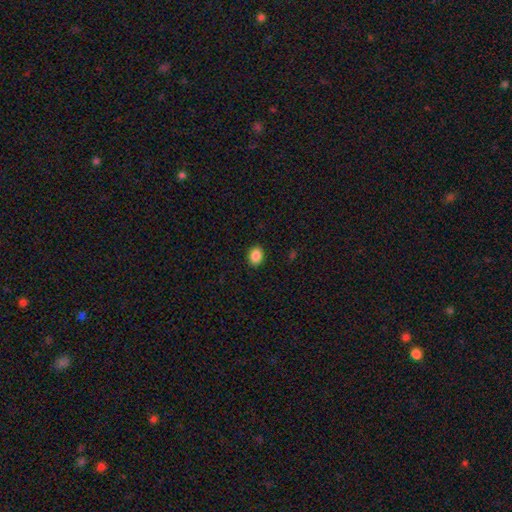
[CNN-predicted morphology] Smooth or featured? smooth (88%)
How rounded? in between (61%)
Merging? none (90%)